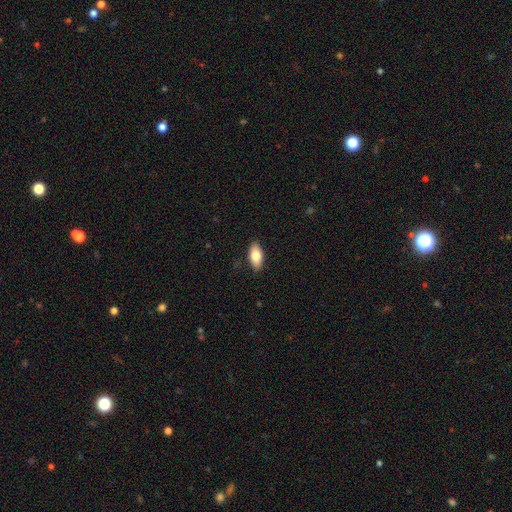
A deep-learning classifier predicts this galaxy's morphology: Q: Smooth or featured?
A: smooth (80%); runner-up: featured or disk (14%)
Q: How rounded?
A: in between (89%); runner-up: cigar-shaped (9%)
Q: Merging?
A: none (88%); runner-up: minor disturbance (9%)